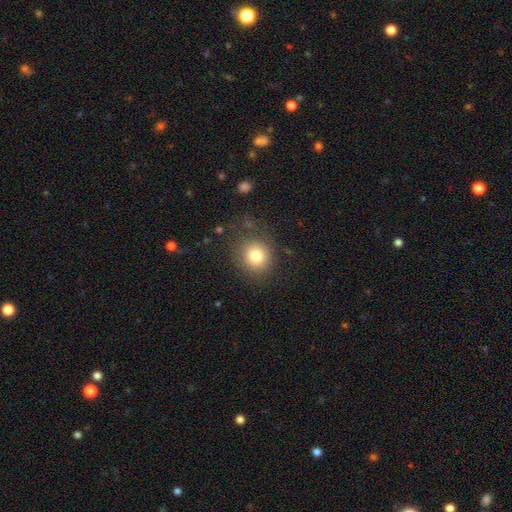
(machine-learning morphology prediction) Smooth or featured? Predicted: smooth (p=0.79). How rounded? Predicted: round (p=0.83). Merging? Predicted: none (p=0.79).